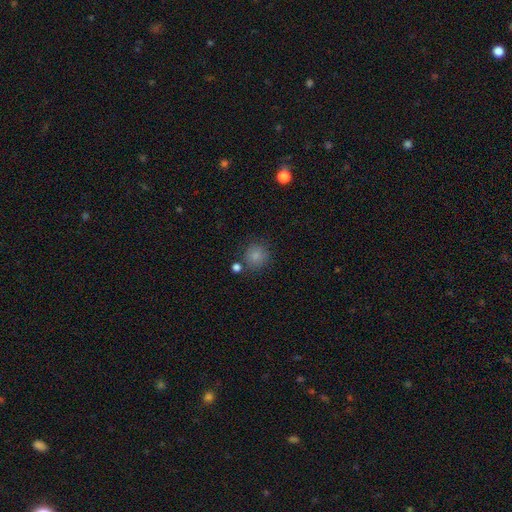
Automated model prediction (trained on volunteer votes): This is clearly a smooth galaxy (84%). How rounded: clearly round (88%). Merging: likely none (75%).